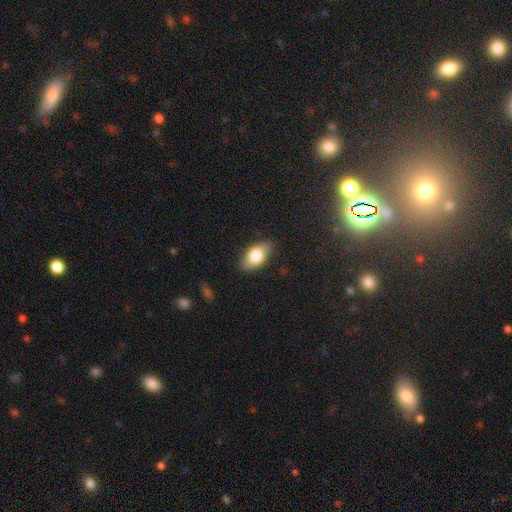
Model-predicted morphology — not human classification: Smooth or featured?
  - smooth: 78% *
  - featured or disk: 15%
  - star or artifact: 7%
How rounded?
  - in between: 91% *
  - round: 5%
  - cigar-shaped: 4%
Merging?
  - none: 81% *
  - minor disturbance: 15%
  - major disturbance: 3%
  - merger: 1%